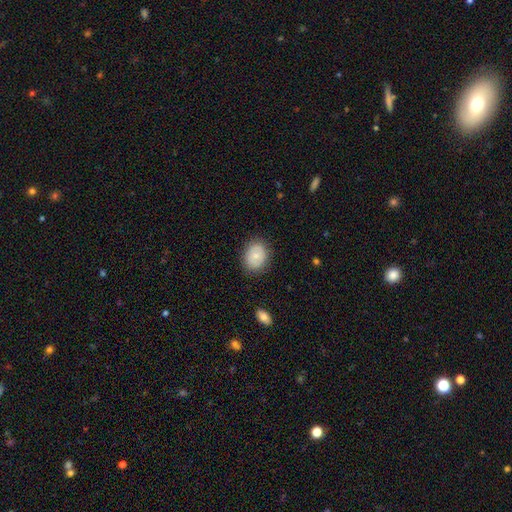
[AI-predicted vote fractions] Overall: smooth (72%). How rounded: in between (55%; round 44%). Merging: none (83%).